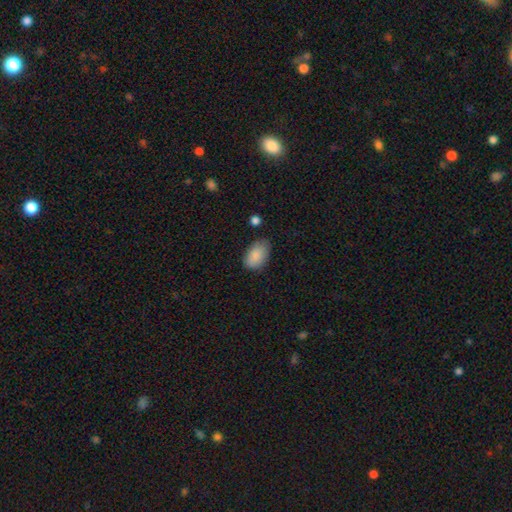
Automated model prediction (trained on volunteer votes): A smooth galaxy with no disk features (87%) that is in between round and cigar-shaped (92%). Merging: none (73%).